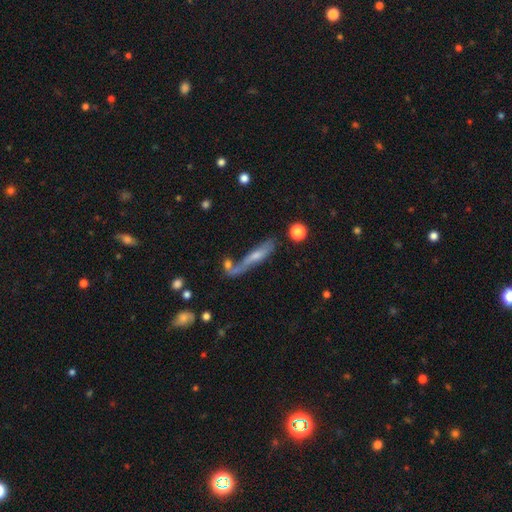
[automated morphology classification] A featured or disk galaxy (48%). Merging: none (44%).